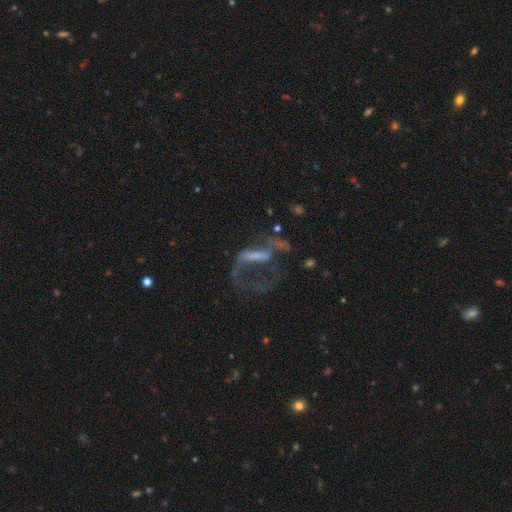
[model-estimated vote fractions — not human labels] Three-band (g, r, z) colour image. It shows a featured or disk galaxy (64%) with a strong bar (37%), no spiral arms (53%) and no central bulge (50%). Merging: major disturbance (53%).